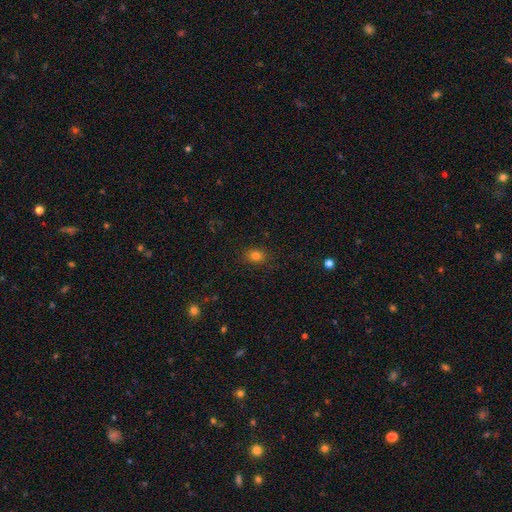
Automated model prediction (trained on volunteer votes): This appears to be a smooth galaxy with no disk features (80%) that is in between round and cigar-shaped (51%). Merging: none (86%).